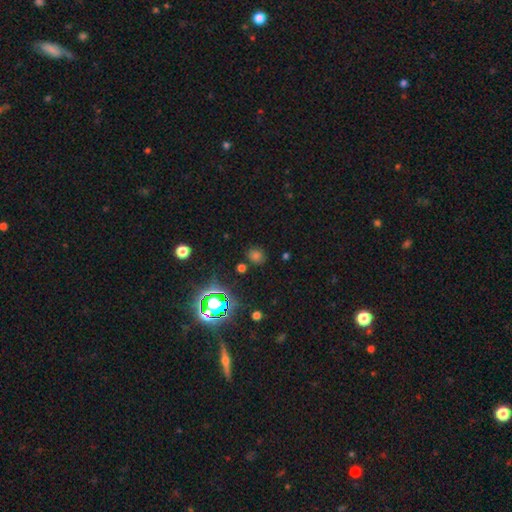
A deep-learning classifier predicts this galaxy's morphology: The model was most divided on "smooth or featured": smooth: 51%, star or artifact: 42%, featured or disk: 7%. More confident: merging — none (83%); how rounded — round (78%).